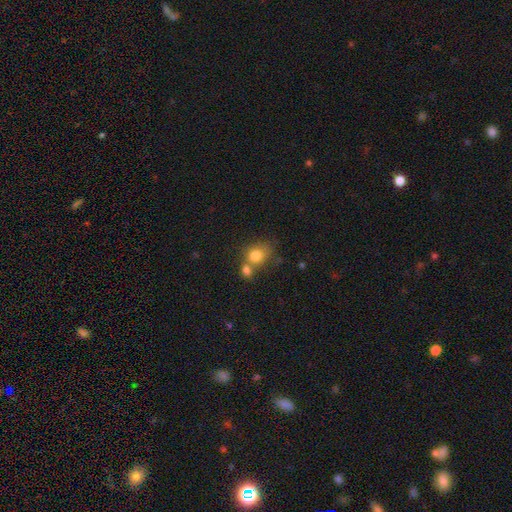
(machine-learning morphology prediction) Smooth or featured?
  - smooth: 79% *
  - star or artifact: 11%
  - featured or disk: 10%
How rounded?
  - round: 66% *
  - in between: 33%
  - cigar-shaped: 1%
Merging?
  - merger: 45% *
  - none: 39%
  - minor disturbance: 12%
  - major disturbance: 5%